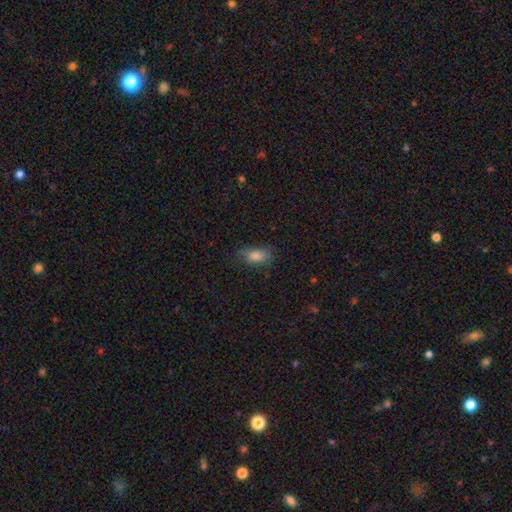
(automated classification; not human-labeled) Smooth or featured: smooth — 79% (star or artifact — 11%)
How rounded: in between — 84% (cigar-shaped — 9%)
Merging: none — 70% (minor disturbance — 22%)